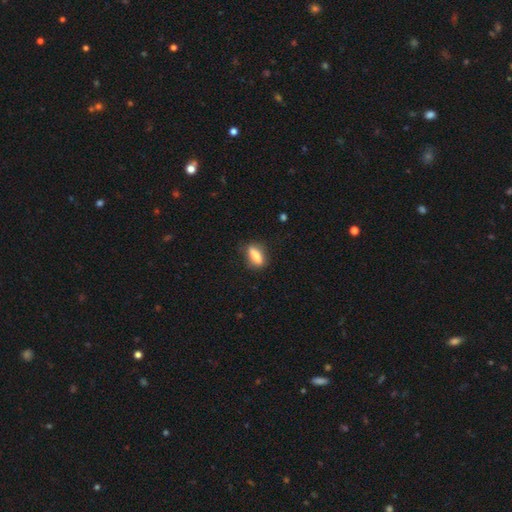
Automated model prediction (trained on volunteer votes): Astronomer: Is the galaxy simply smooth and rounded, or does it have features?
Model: smooth — 75%.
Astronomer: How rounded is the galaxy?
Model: in between — 48% (runner-up: cigar-shaped, 47%).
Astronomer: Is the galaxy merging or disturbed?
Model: none — 81%.